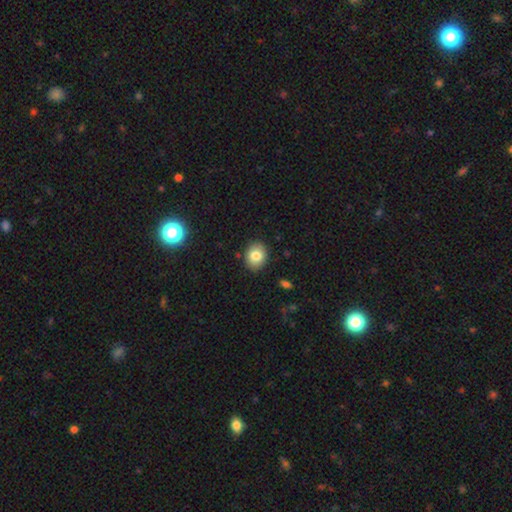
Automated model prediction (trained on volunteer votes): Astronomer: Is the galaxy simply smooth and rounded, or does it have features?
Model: smooth — 80%.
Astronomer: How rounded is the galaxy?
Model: round — 55% (runner-up: in between, 45%).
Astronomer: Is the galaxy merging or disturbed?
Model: none — 88%.